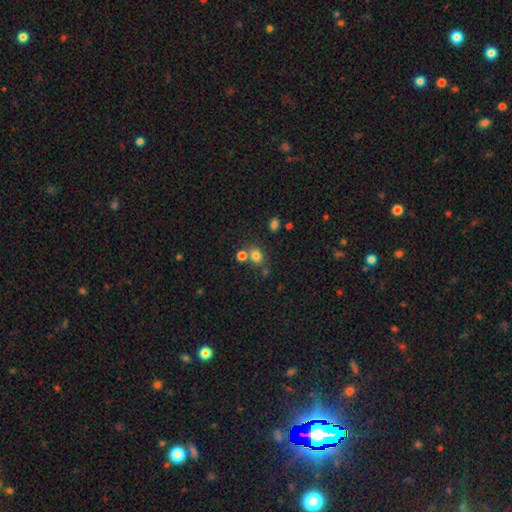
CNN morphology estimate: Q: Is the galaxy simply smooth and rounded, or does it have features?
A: smooth — 76%.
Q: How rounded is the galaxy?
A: round — 55%.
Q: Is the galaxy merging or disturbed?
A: none — 58%.